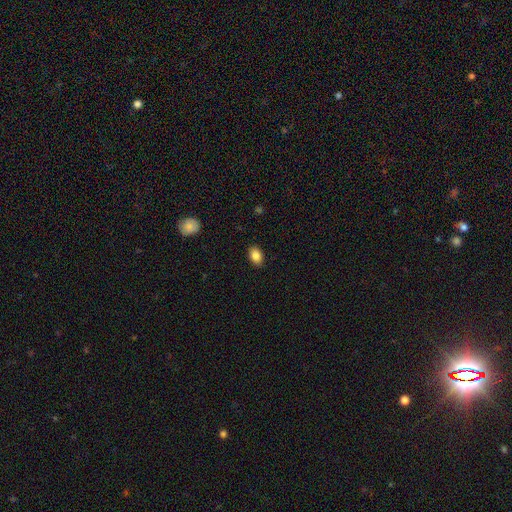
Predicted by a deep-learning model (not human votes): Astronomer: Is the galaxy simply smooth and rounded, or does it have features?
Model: smooth — 85%.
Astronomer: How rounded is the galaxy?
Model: in between — 84%.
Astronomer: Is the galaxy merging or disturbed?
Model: none — 89%.